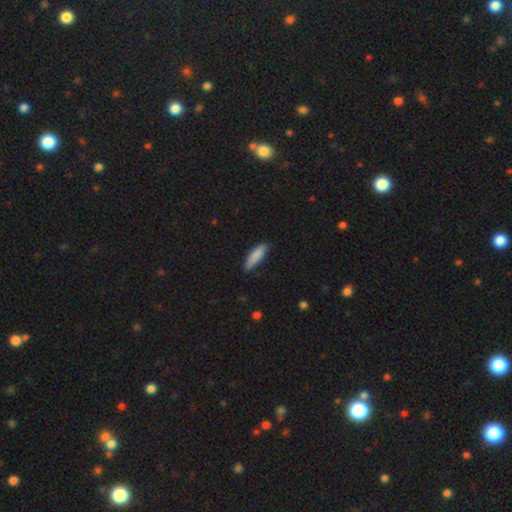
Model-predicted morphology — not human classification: Smooth or featured? smooth (87%)
How rounded? cigar-shaped (60%)
Merging? none (83%)